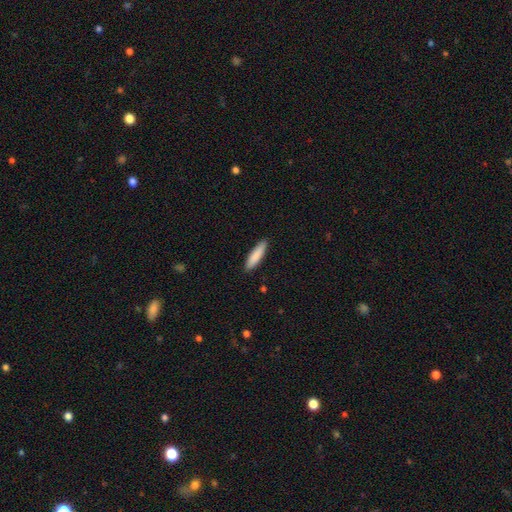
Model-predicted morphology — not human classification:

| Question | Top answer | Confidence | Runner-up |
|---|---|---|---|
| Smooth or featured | smooth | 86% | featured or disk (8%) |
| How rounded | cigar-shaped | 72% | in between (27%) |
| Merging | none | 89% | minor disturbance (8%) |